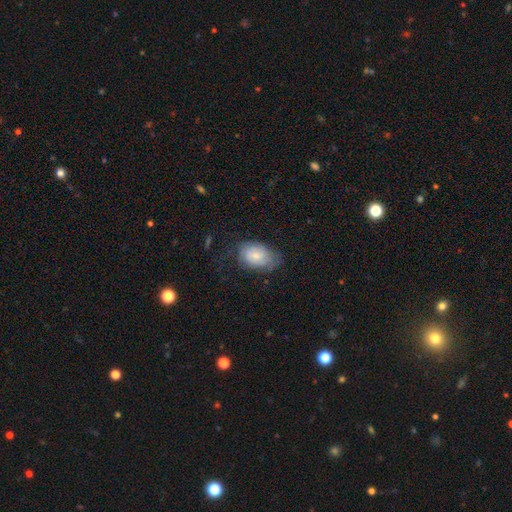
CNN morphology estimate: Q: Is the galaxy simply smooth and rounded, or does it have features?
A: smooth — 68%.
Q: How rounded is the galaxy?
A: in between — 87%.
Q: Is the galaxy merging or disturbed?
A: none — 54%.